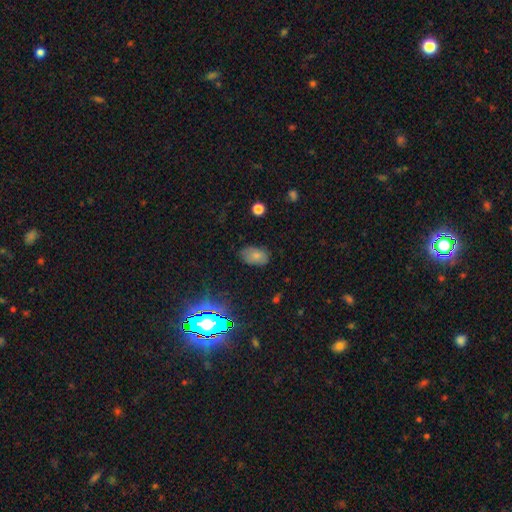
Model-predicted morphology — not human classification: Smooth or featured?
  - smooth: 73% *
  - star or artifact: 14%
  - featured or disk: 13%
How rounded?
  - in between: 90% *
  - round: 8%
  - cigar-shaped: 2%
Merging?
  - none: 75% *
  - minor disturbance: 19%
  - major disturbance: 4%
  - merger: 1%